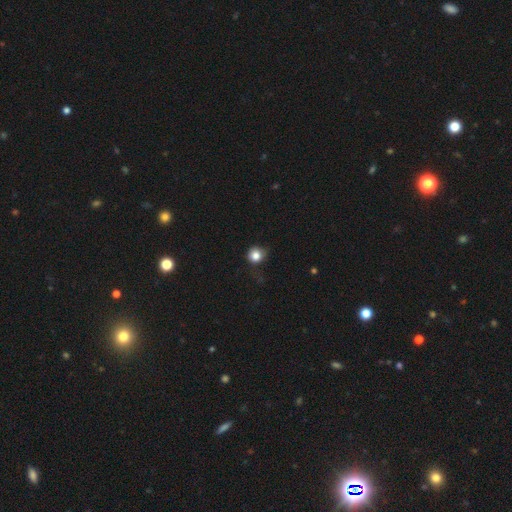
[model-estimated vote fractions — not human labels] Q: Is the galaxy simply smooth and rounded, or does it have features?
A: smooth — 83%.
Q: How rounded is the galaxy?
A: round — 90%.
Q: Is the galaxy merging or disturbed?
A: none — 68%.